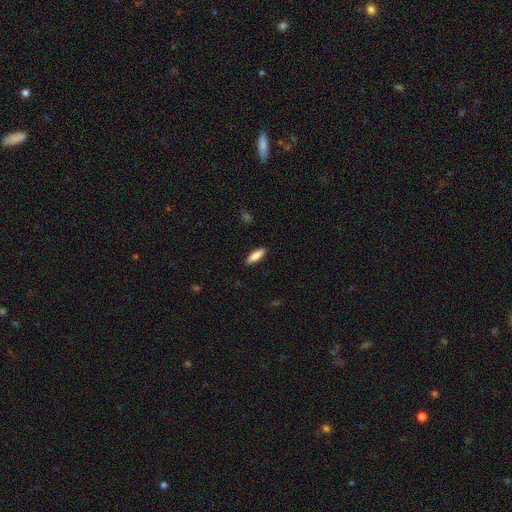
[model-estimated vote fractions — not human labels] Q: Smooth or featured?
A: smooth (86%); runner-up: featured or disk (8%)
Q: How rounded?
A: in between (51%); runner-up: cigar-shaped (47%)
Q: Merging?
A: none (89%); runner-up: minor disturbance (8%)